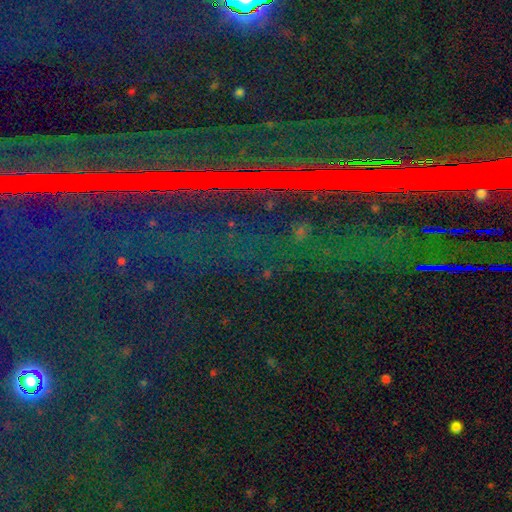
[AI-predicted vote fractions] This is clearly a star or artifact rather than a galaxy (87%).